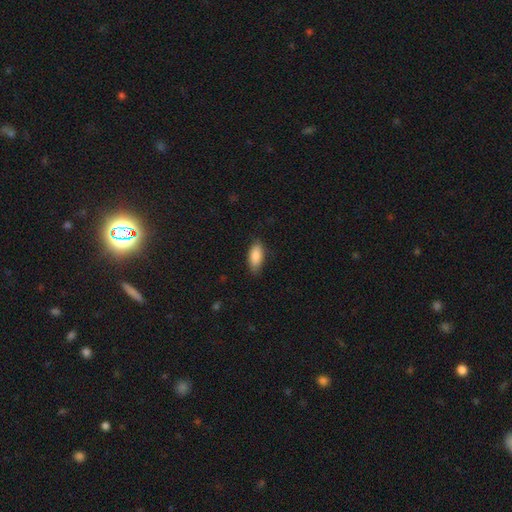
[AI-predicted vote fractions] This is clearly a smooth galaxy (88%). How rounded: clearly in between (86%). Merging: clearly none (81%).